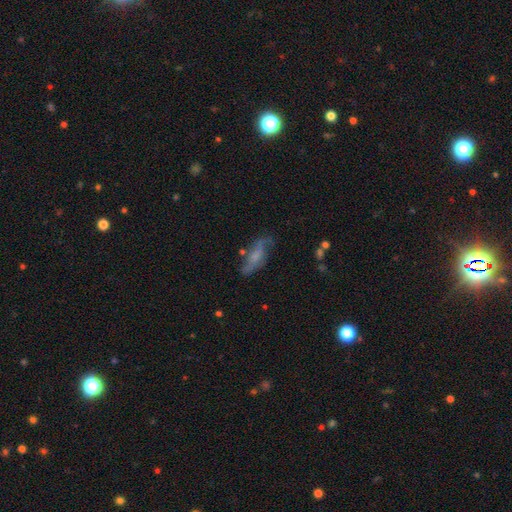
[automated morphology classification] Smooth or featured? Predicted: featured or disk (p=0.49). Merging? Predicted: none (p=0.59).